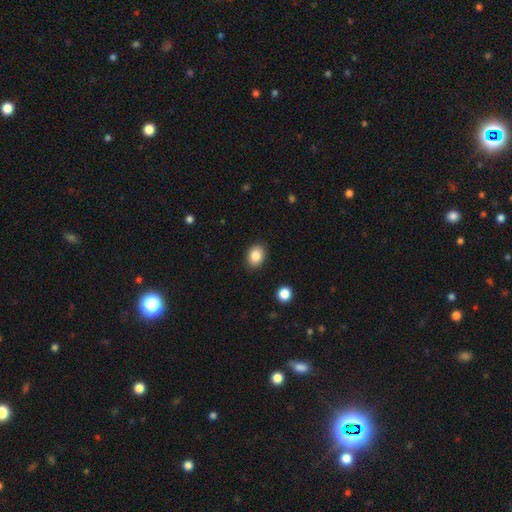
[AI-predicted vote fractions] smooth 86%, star or artifact 9%, featured or disk 5%. Down the decision tree: how rounded — in between (67%); merging — none (88%).